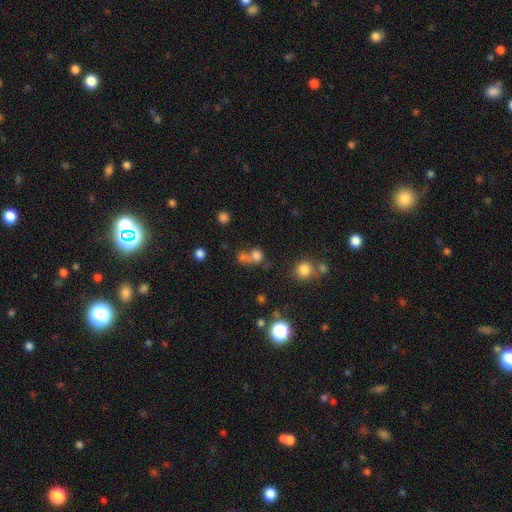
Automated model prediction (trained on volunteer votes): Smooth or featured? Predicted: smooth (p=0.66). How rounded? Predicted: round (p=0.75). Merging? Predicted: merger (p=0.47).